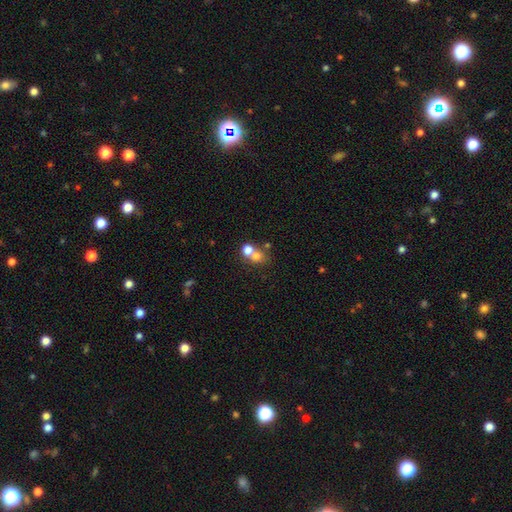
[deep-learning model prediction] Smooth or featured? smooth (69%)
How rounded? round (74%)
Merging? merger (55%)